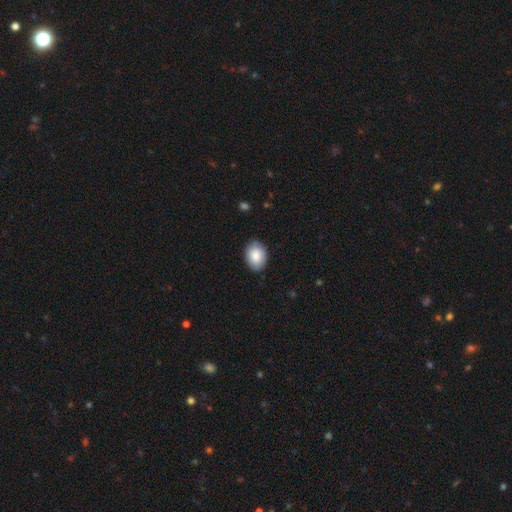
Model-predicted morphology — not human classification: Smooth or featured: smooth — 84% (featured or disk — 9%)
How rounded: in between — 73% (round — 26%)
Merging: none — 85% (minor disturbance — 12%)